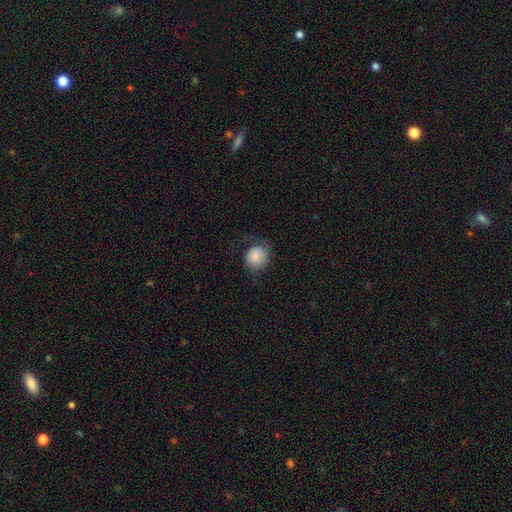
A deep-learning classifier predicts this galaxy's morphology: Smooth or featured: smooth — 70% (featured or disk — 22%)
How rounded: round — 77% (in between — 22%)
Merging: none — 53% (minor disturbance — 24%)